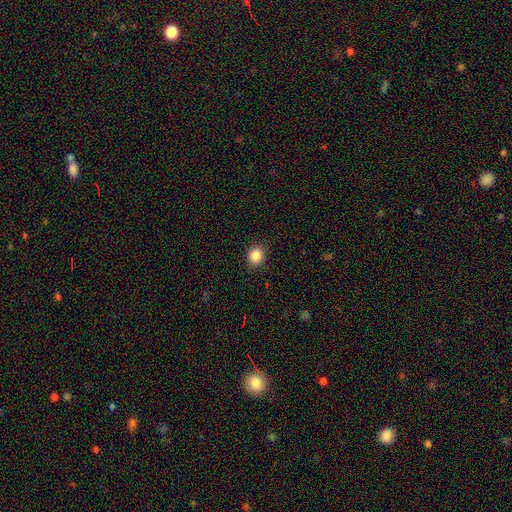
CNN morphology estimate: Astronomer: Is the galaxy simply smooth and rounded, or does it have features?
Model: smooth — 86%.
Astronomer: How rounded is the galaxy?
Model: round — 75%.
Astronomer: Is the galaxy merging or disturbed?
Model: none — 89%.